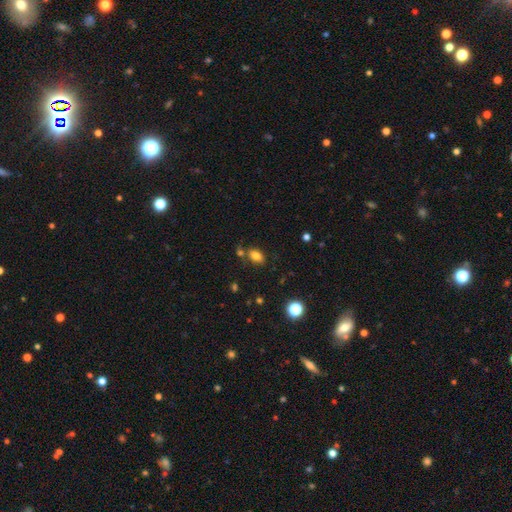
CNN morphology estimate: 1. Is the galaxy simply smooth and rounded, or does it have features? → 81% smooth, 12% star or artifact, 8% featured or disk.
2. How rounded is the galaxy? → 83% in between, 16% round, 1% cigar-shaped.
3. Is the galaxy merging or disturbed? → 68% none, 14% merger, 13% minor disturbance, 4% major disturbance.